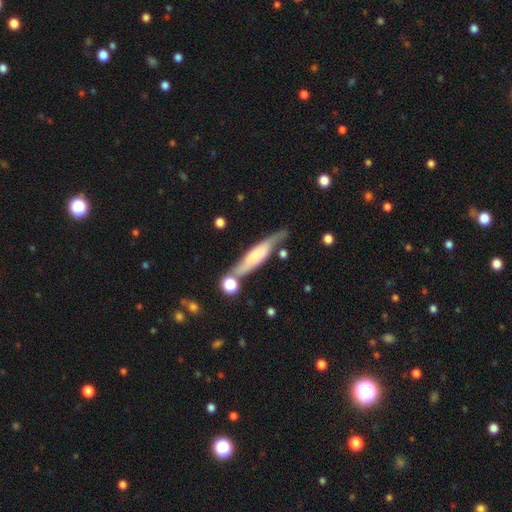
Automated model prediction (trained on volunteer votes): Smooth or featured: featured or disk — 50% (smooth — 44%)
Merging: none — 64% (minor disturbance — 20%)